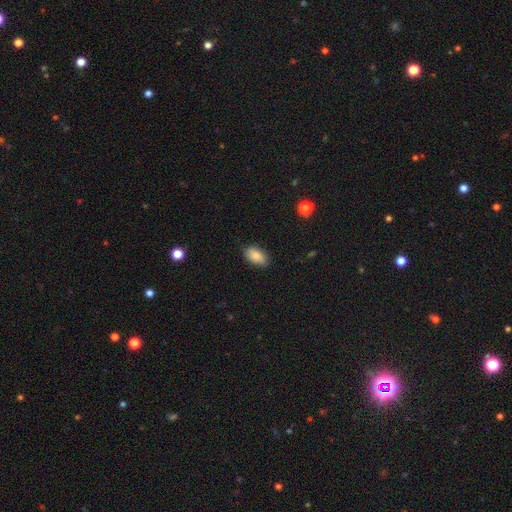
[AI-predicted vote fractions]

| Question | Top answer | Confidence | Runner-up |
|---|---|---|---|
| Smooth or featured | smooth | 86% | star or artifact (7%) |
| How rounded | in between | 93% | round (5%) |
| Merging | none | 84% | minor disturbance (12%) |